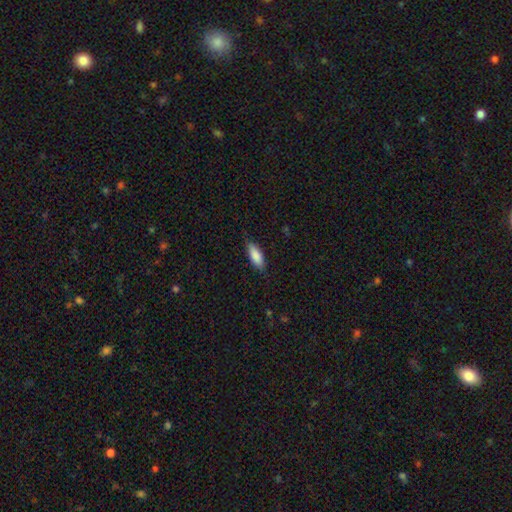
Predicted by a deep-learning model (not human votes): smooth-or-featured: smooth: 87% | featured or disk: 8% | star or artifact: 6%
  how-rounded: in between: 70% | cigar-shaped: 29% | round: 2%
  merging: none: 82% | minor disturbance: 14% | major disturbance: 3% | merger: 1%